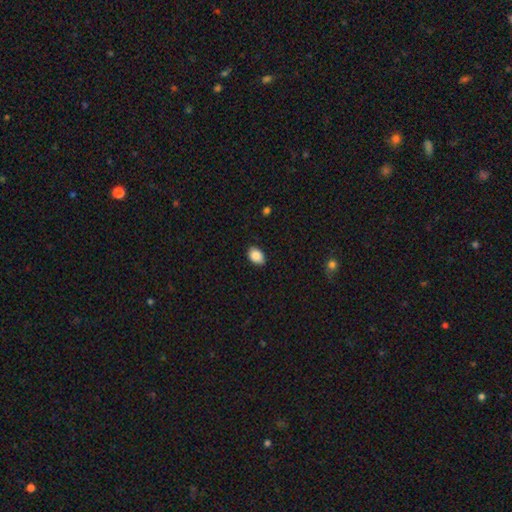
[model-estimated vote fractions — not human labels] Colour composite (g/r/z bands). It shows a smooth galaxy with no disk features (88%) that is in between round and cigar-shaped (84%). Merging: none (84%).